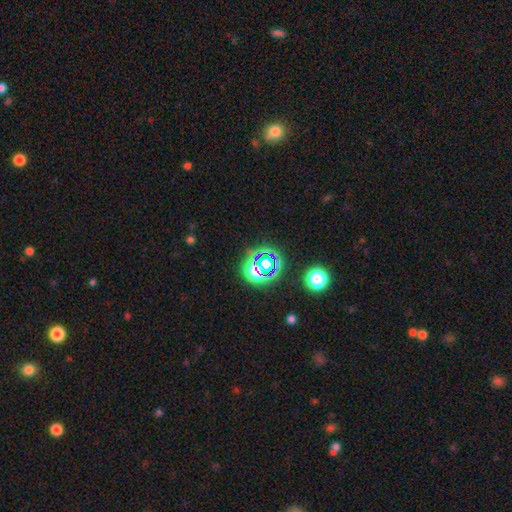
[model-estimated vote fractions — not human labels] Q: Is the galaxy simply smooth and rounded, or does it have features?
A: star or artifact — 64%.